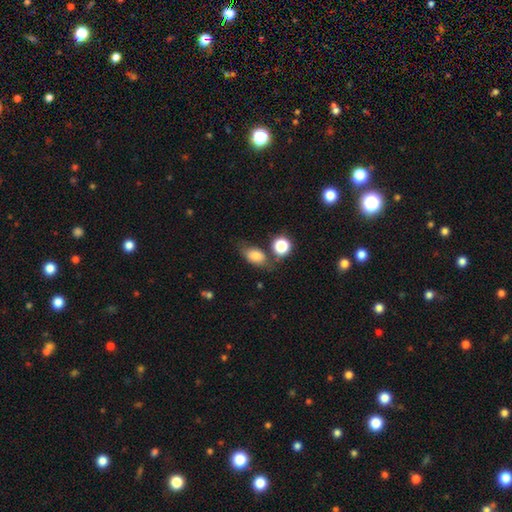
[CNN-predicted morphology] Smooth or featured? smooth (78%)
How rounded? in between (82%)
Merging? none (58%)